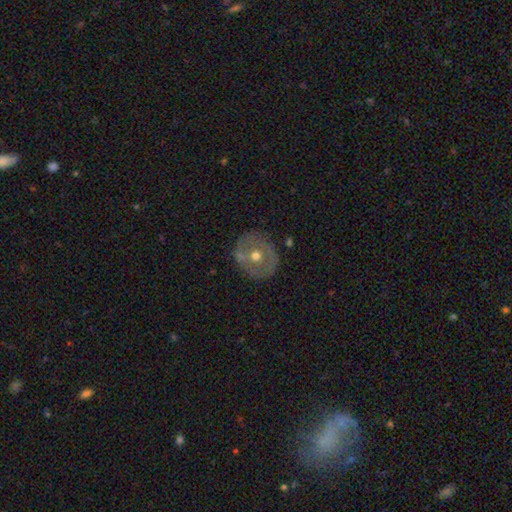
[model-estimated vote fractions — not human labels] Morphology: type=featured or disk (61%); edge-on=no (95%); bar=no (81%); spiral arms=no (79%); bulge=moderate (73%); merging=none (80%).